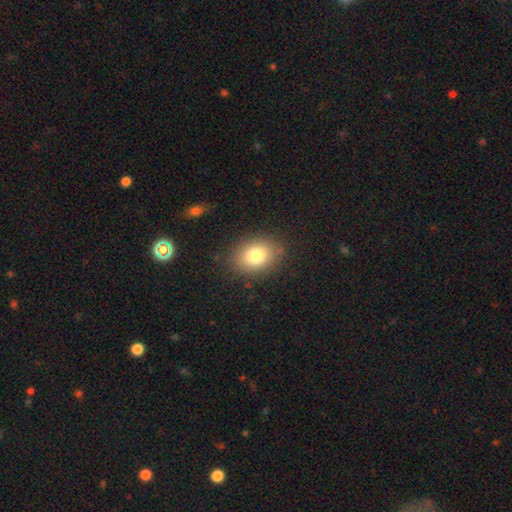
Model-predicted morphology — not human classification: Smooth or featured? smooth (80%)
How rounded? in between (68%)
Merging? none (85%)